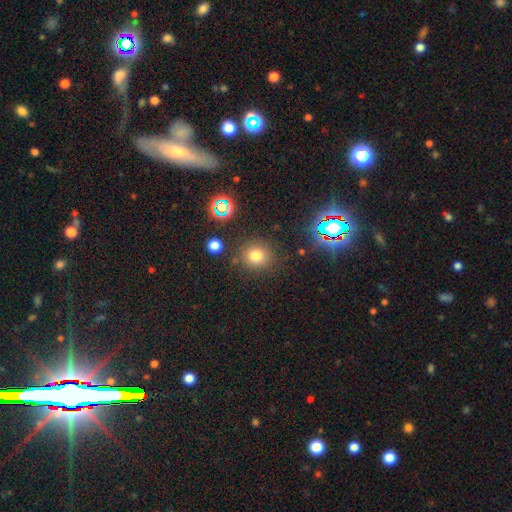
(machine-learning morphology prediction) smooth 73%, star or artifact 19%, featured or disk 7%. Down the decision tree: how rounded — round (88%); merging — none (82%).